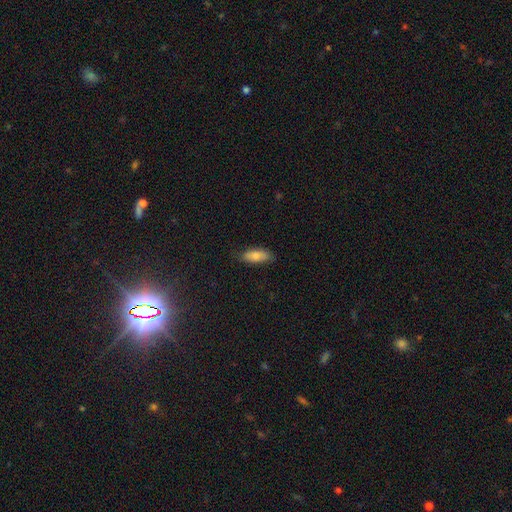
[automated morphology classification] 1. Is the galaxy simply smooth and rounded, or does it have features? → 82% smooth, 11% featured or disk, 7% star or artifact.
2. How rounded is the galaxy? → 73% in between, 25% cigar-shaped, 2% round.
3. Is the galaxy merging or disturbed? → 81% none, 15% minor disturbance, 3% major disturbance, 1% merger.